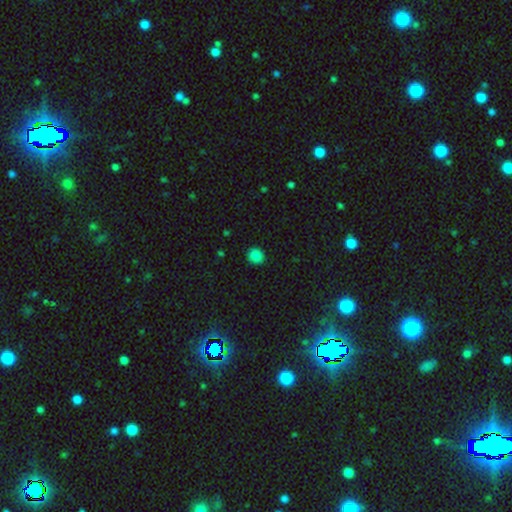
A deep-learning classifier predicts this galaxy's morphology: A smooth galaxy with no disk features (86%) that is round (85%).

Vote fractions:
- Smooth or featured? smooth: 86% / star or artifact: 11% / featured or disk: 4%
- How rounded? round: 85% / in between: 14% / cigar-shaped: 1%
- Merging? none: 91% / minor disturbance: 6% / major disturbance: 2% / merger: 1%